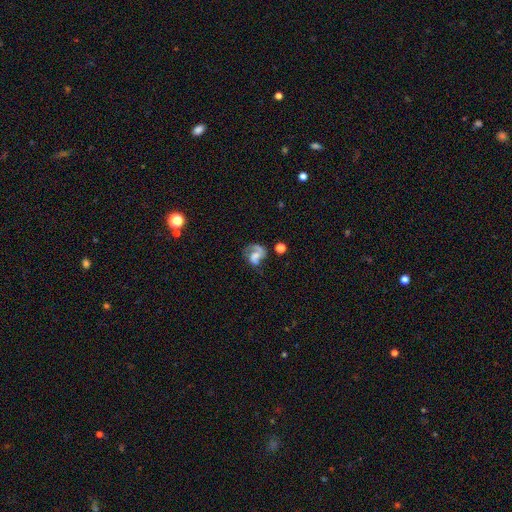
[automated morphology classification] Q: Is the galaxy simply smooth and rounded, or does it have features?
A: featured or disk — 58%.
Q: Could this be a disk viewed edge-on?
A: no — 98%.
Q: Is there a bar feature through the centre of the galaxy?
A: no — 62%.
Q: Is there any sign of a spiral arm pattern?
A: yes — 75%.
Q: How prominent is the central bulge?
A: none — 32%.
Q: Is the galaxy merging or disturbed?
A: major disturbance — 37%.